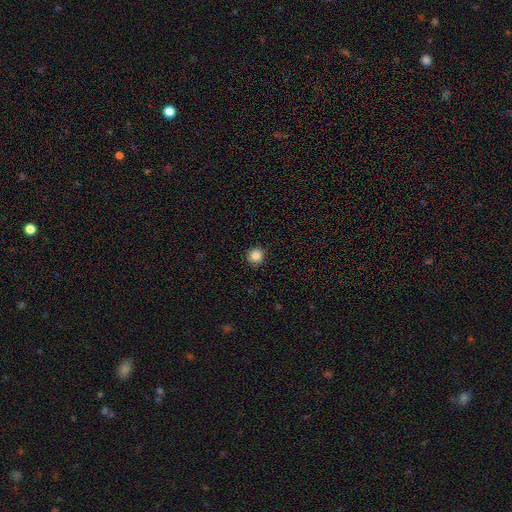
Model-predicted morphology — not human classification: smooth_or_featured: smooth (p=0.86) [alt: star or artifact p=0.10]
how_rounded: round (p=0.95) [alt: in between p=0.04]
merging: none (p=0.93) [alt: minor disturbance p=0.05]